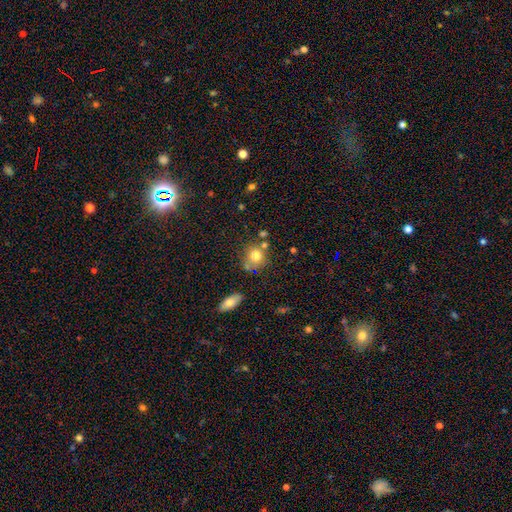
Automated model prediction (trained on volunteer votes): smooth-or-featured: smooth: 77% | featured or disk: 12% | star or artifact: 11%
  how-rounded: round: 82% | in between: 17% | cigar-shaped: 1%
  merging: none: 65% | merger: 17% | minor disturbance: 14% | major disturbance: 4%